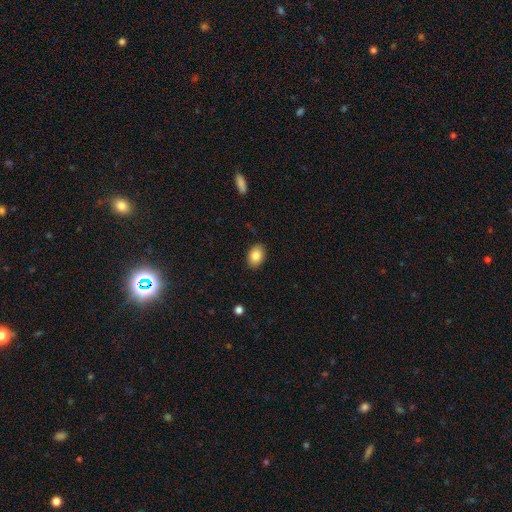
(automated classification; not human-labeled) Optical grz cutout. It shows a smooth galaxy with no disk features (84%) that is in between round and cigar-shaped (80%). Merging: none (87%).